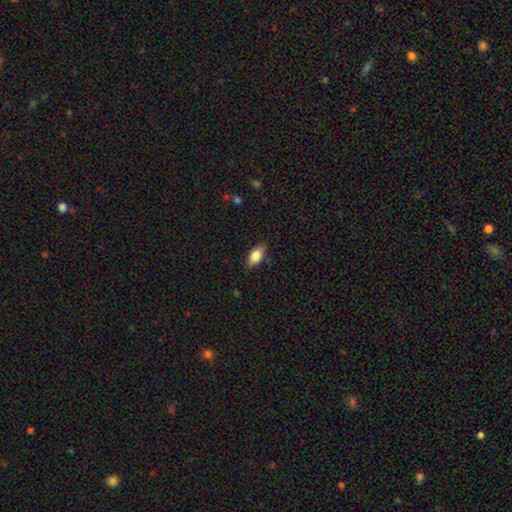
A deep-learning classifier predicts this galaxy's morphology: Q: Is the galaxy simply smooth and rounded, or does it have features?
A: smooth — 81%.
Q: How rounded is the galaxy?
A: in between — 88%.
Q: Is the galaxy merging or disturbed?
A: none — 83%.